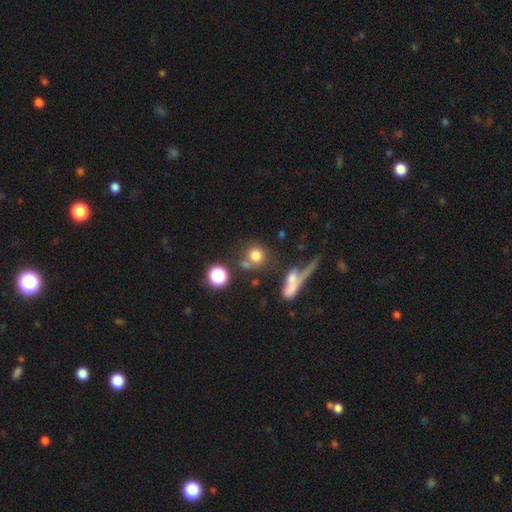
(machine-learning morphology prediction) smooth 75%, star or artifact 14%, featured or disk 11%. Down the decision tree: how rounded — round (83%); merging — none (50%).